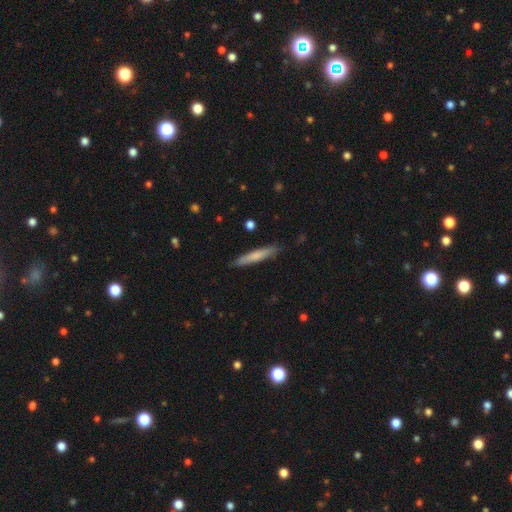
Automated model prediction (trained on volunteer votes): A smooth galaxy with no disk features (69%) that is cigar-shaped (93%). Merging: none (88%).